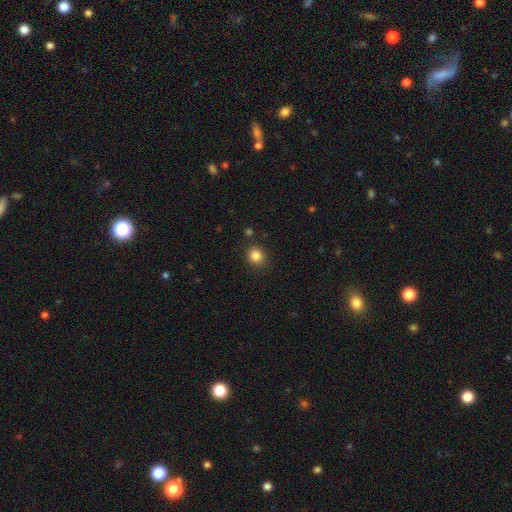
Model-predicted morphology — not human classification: Smooth or featured? smooth (84%)
How rounded? round (83%)
Merging? none (85%)